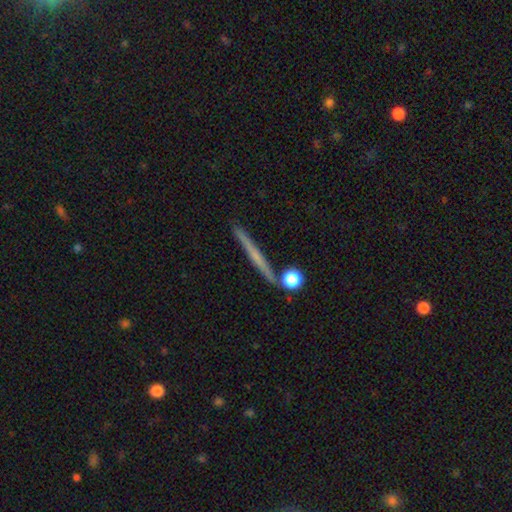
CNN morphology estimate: Overall: featured or disk (53%; smooth 39%). Edge-on disk: yes (97%). Edge-on bulge: none (71%). Merging: none (86%).